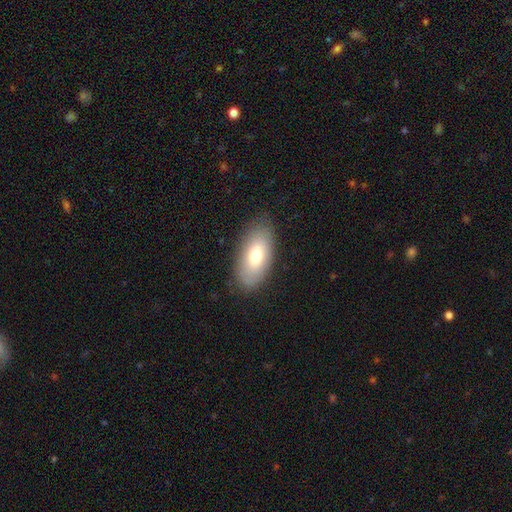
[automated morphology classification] type=smooth (75%); roundness=in between (91%); merging=none (85%).